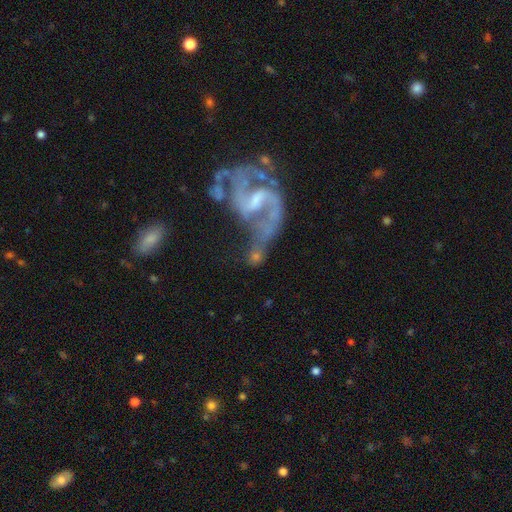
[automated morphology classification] This appears to be a featured or disk galaxy (77%) with a weak bar (49%), 2 (86%) loose (52%) spiral arms (87%) and a small central bulge (40%). Merging: none (39%).